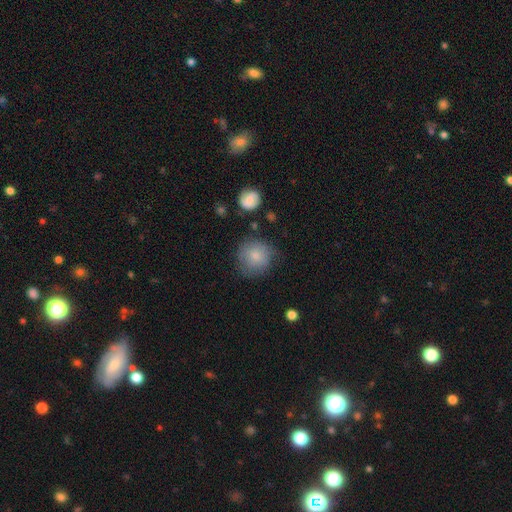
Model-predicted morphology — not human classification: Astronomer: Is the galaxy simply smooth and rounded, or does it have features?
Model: smooth — 80%.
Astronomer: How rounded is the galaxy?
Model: round — 91%.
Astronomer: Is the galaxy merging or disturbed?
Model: none — 69%.